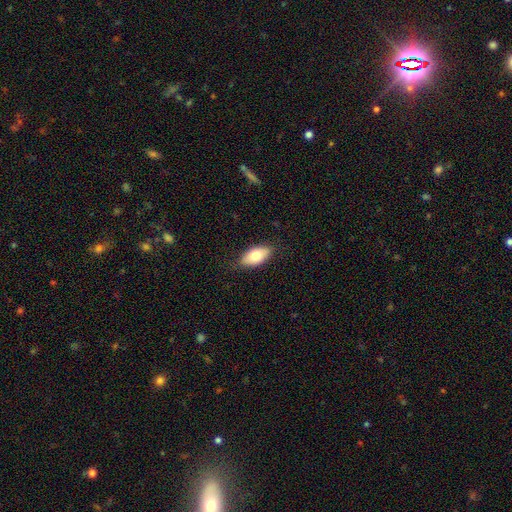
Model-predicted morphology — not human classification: smooth-or-featured: smooth: 77% | featured or disk: 17% | star or artifact: 6%
  how-rounded: in between: 92% | cigar-shaped: 5% | round: 3%
  merging: none: 83% | minor disturbance: 13% | major disturbance: 3% | merger: 1%